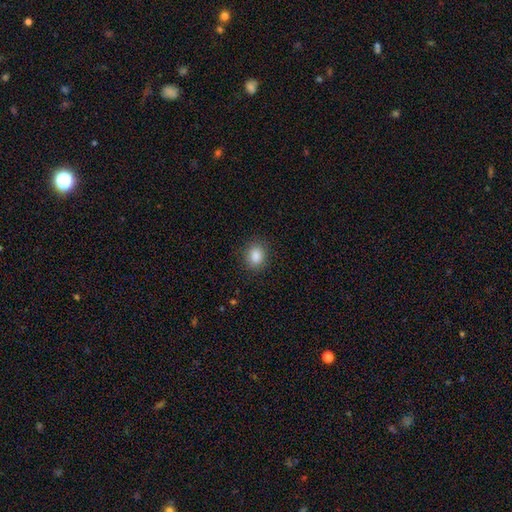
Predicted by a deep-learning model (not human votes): Morphology: type=smooth (87%); roundness=round (58%); merging=none (88%).